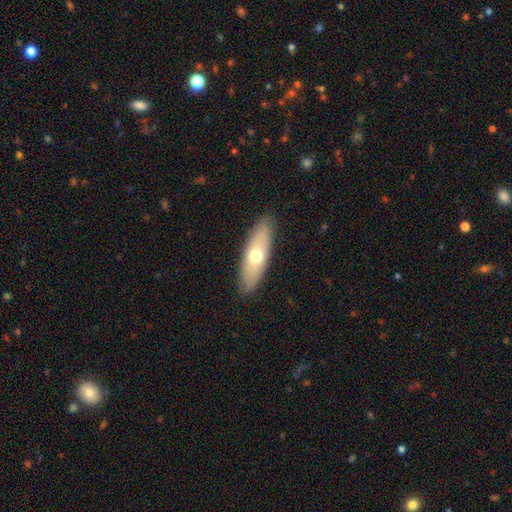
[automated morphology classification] Smooth or featured? smooth (62%)
How rounded? in between (56%)
Merging? none (88%)